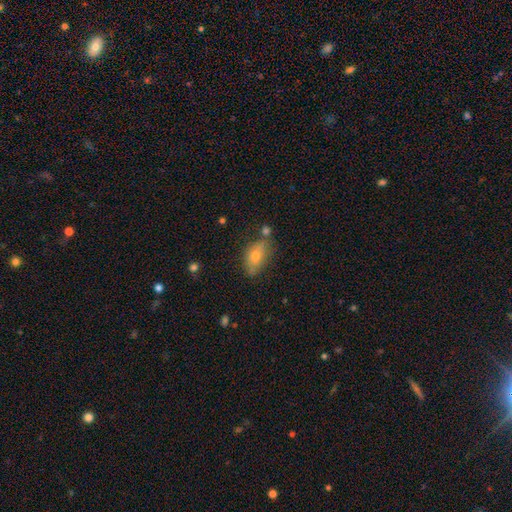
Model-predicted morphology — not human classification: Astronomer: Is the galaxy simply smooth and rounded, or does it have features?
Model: smooth — 66%.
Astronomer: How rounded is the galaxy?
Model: in between — 83%.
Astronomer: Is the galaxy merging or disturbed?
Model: none — 68%.